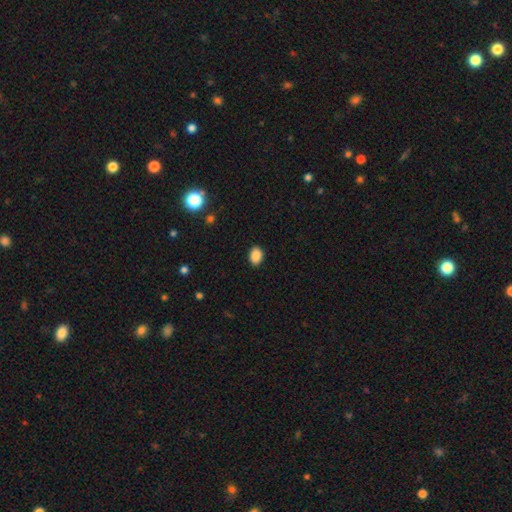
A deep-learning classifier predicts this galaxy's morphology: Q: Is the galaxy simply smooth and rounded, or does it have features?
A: smooth — 88%.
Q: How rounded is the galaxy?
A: in between — 77%.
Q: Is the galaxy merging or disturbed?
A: none — 89%.